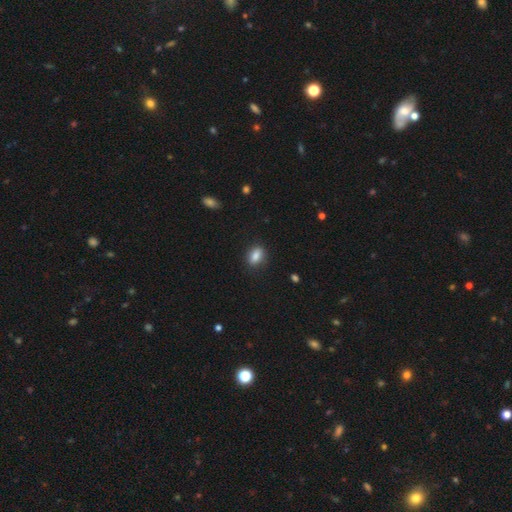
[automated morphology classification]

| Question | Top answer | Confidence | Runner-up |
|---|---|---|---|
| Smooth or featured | smooth | 86% | star or artifact (8%) |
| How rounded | in between | 81% | round (15%) |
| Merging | none | 85% | minor disturbance (11%) |